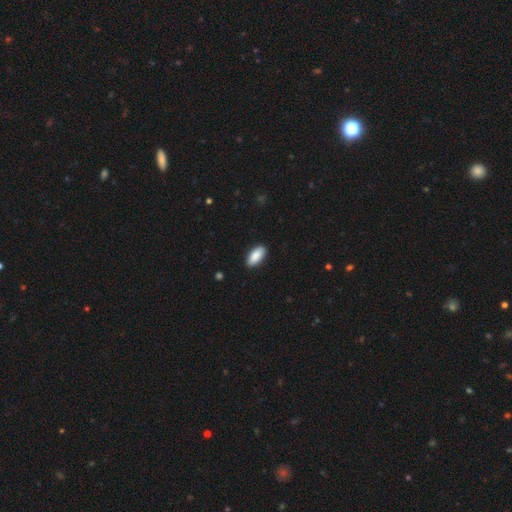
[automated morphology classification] This is clearly a smooth galaxy (90%). How rounded: clearly in between (90%). Merging: clearly none (89%).